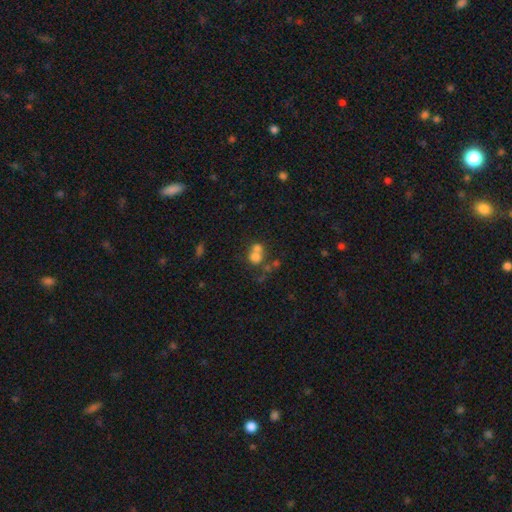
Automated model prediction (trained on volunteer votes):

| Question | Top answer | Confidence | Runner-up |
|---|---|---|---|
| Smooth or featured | smooth | 67% | featured or disk (19%) |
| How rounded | round | 80% | in between (19%) |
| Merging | merger | 57% | none (33%) |